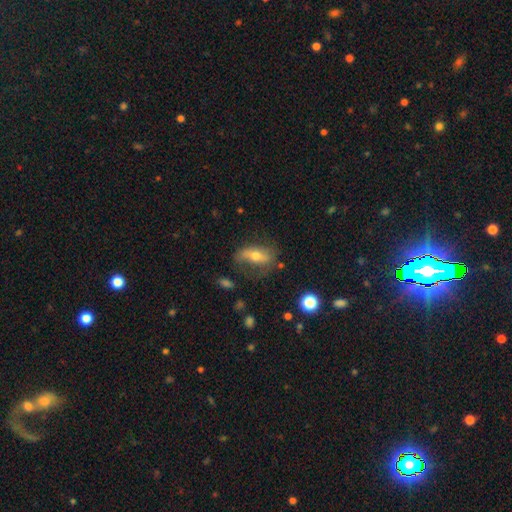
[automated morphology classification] Overall: smooth (46%; featured or disk 45%). Merging: none (58%; minor disturbance 24%).